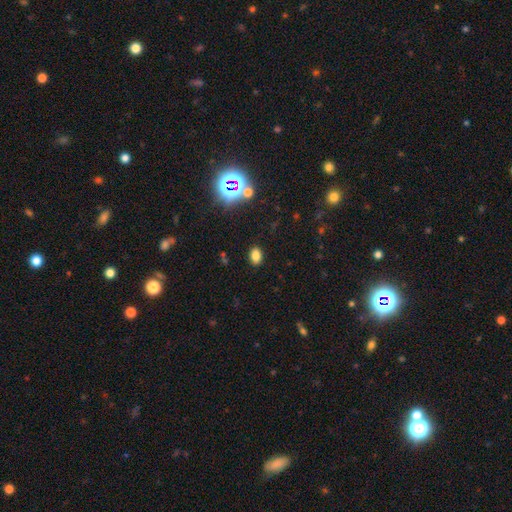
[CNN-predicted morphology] Smooth or featured? smooth (78%)
How rounded? in between (82%)
Merging? none (88%)